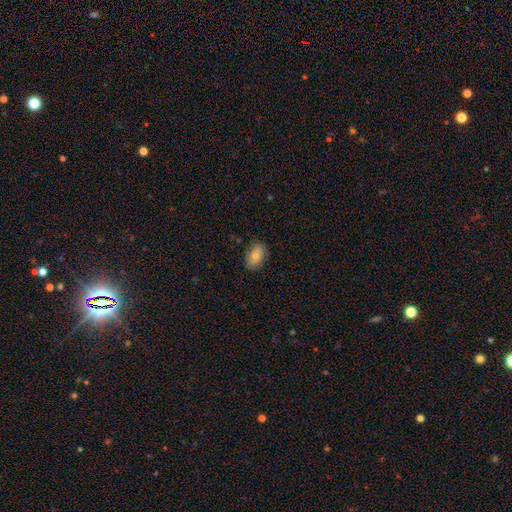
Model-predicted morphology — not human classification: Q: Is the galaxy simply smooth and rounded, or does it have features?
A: smooth — 77%.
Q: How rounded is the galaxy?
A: in between — 87%.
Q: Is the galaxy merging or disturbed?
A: none — 81%.